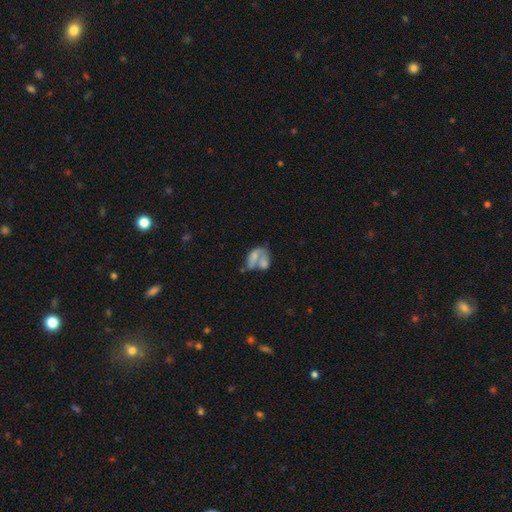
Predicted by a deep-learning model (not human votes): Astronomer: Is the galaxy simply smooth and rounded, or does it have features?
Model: smooth — 52% (runner-up: featured or disk, 37%).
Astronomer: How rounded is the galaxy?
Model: in between — 79%.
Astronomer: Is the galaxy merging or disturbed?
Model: merger — 59%.